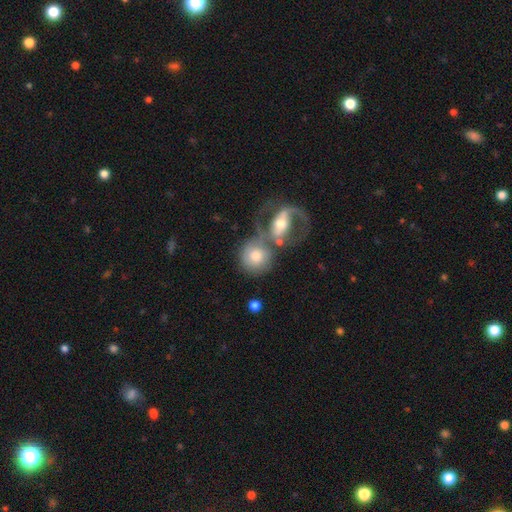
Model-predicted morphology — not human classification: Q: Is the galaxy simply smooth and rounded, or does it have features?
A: smooth — 53%.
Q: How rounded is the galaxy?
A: round — 80%.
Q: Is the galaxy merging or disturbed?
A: merger — 53%.